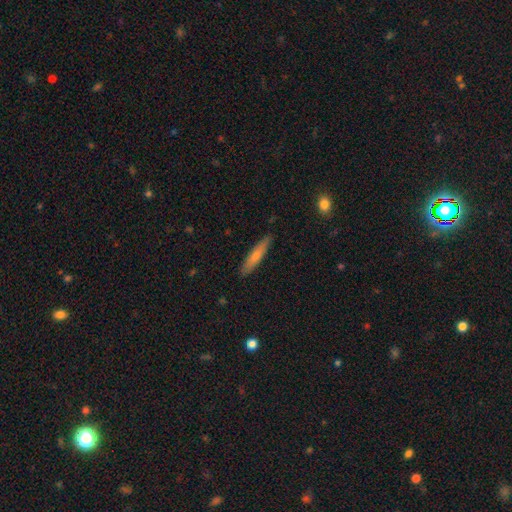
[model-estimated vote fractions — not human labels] smooth_or_featured: smooth (p=0.66) [alt: featured or disk p=0.29]
how_rounded: cigar-shaped (p=0.87) [alt: in between p=0.12]
merging: none (p=0.87) [alt: minor disturbance p=0.10]